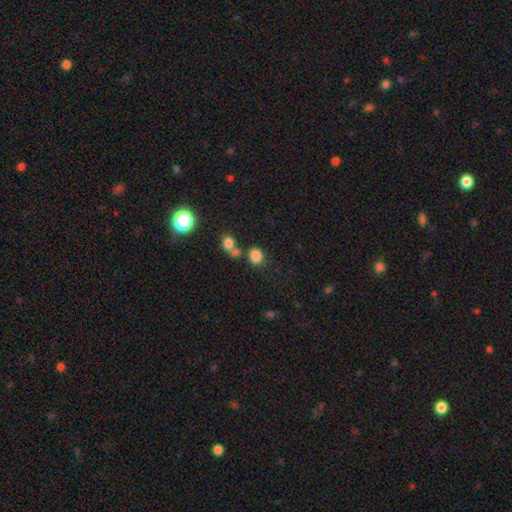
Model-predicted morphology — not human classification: The model was most divided on "merging": none: 58%, merger: 28%, minor disturbance: 10%, major disturbance: 5%. More confident: smooth or featured — smooth (81%); how rounded — round (76%).